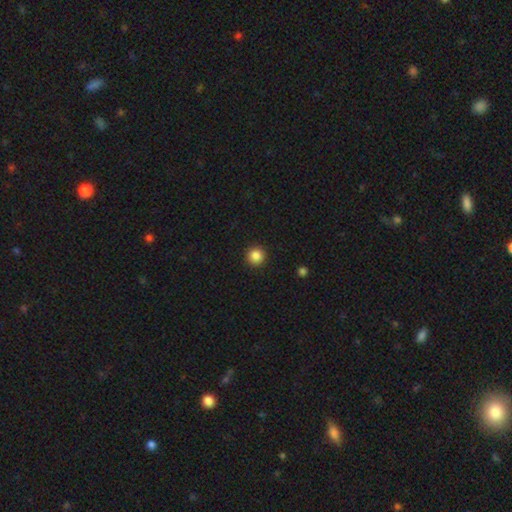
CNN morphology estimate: The model was most divided on "smooth or featured": smooth: 86%, star or artifact: 10%, featured or disk: 4%. More confident: how rounded — round (96%); merging — none (93%).